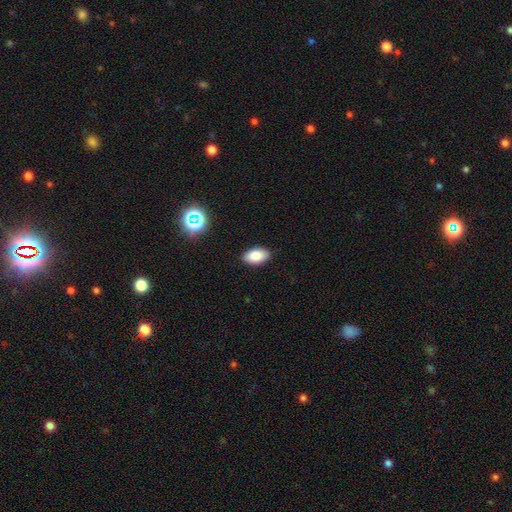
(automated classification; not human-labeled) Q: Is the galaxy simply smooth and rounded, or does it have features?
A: smooth — 85%.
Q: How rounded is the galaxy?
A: in between — 94%.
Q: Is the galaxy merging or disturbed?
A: none — 88%.